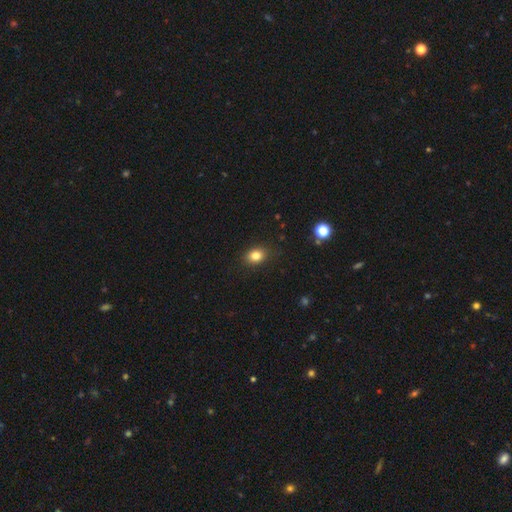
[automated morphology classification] type=smooth (83%); roundness=in between (59%); merging=none (87%).